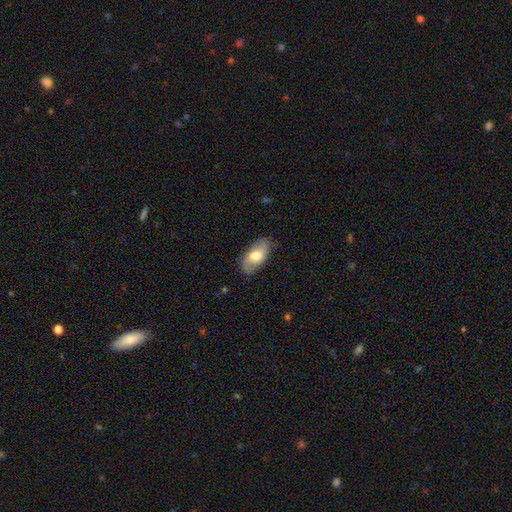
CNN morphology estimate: Smooth or featured? smooth (60%)
How rounded? in between (92%)
Merging? none (79%)